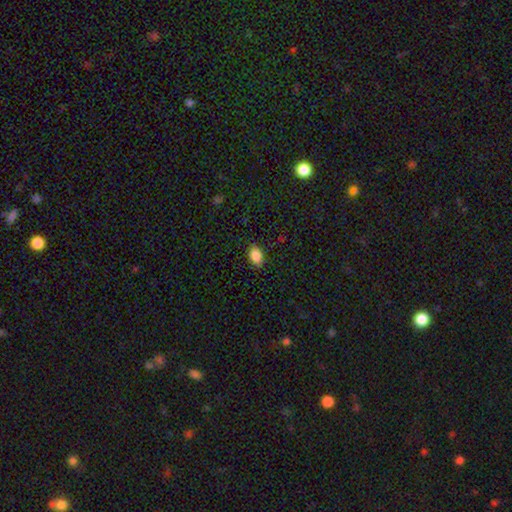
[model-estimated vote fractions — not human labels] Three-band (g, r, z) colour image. It shows a smooth galaxy with no disk features (87%) that is in between round and cigar-shaped (86%). Merging: none (86%).